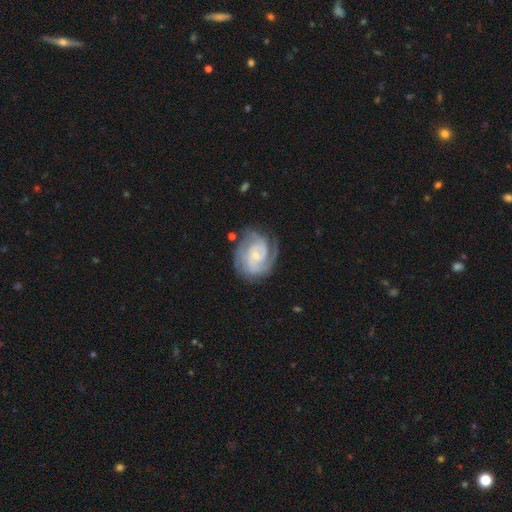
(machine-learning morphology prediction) type=featured or disk (86%); edge-on=no (98%); bar=no (58%); spiral arms=yes (96%); winding=tight (61%); arm count=2 (37%); bulge=small (71%); merging=none (70%).